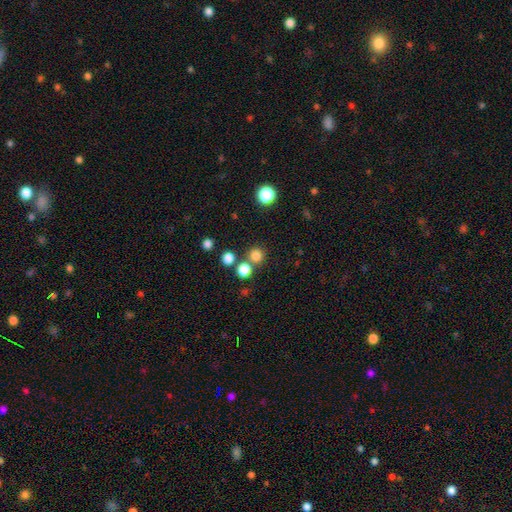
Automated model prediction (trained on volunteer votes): Q: Smooth or featured?
A: smooth (80%); runner-up: star or artifact (15%)
Q: How rounded?
A: round (94%); runner-up: in between (5%)
Q: Merging?
A: none (74%); runner-up: merger (17%)